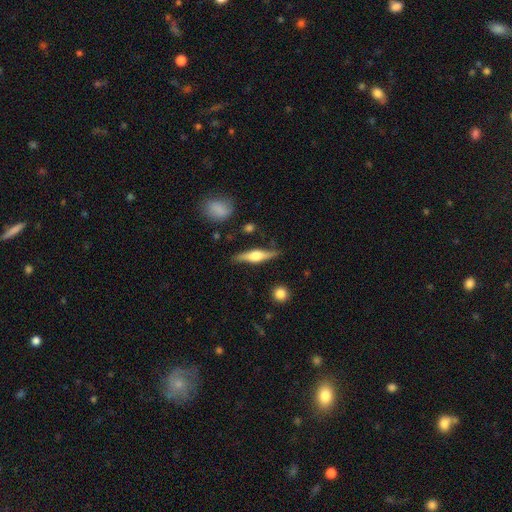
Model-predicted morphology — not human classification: Smooth or featured? featured or disk (66%)
Edge-on disk? yes (95%)
Edge-on bulge? rounded (90%)
Merging? none (82%)